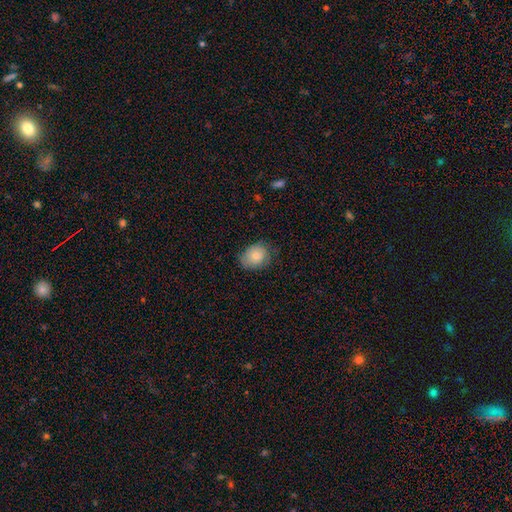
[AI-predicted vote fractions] smooth-or-featured: smooth: 81% | featured or disk: 12% | star or artifact: 7%
  how-rounded: in between: 60% | round: 40% | cigar-shaped: 1%
  merging: none: 69% | minor disturbance: 24% | major disturbance: 6% | merger: 1%